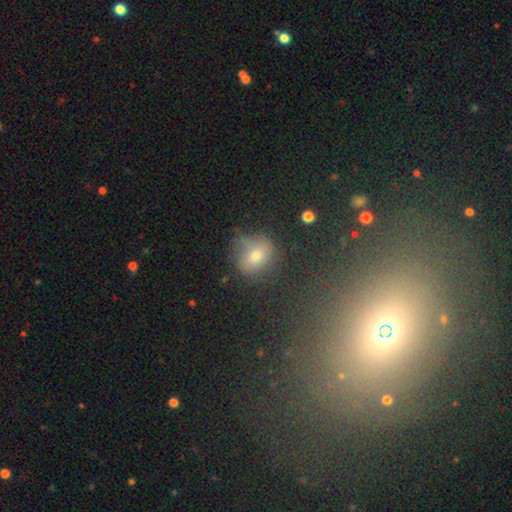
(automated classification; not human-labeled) A smooth galaxy with no disk features (66%) that is round (60%). Merging: none (56%).